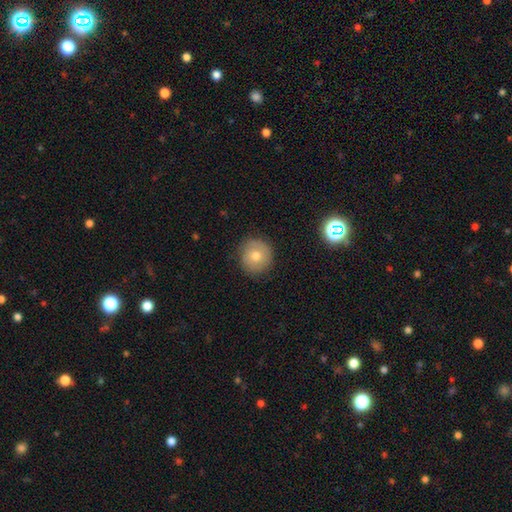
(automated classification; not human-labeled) smooth_or_featured: smooth (p=0.66) [alt: featured or disk p=0.21]
how_rounded: round (p=0.92) [alt: in between p=0.07]
merging: none (p=0.87) [alt: minor disturbance p=0.09]